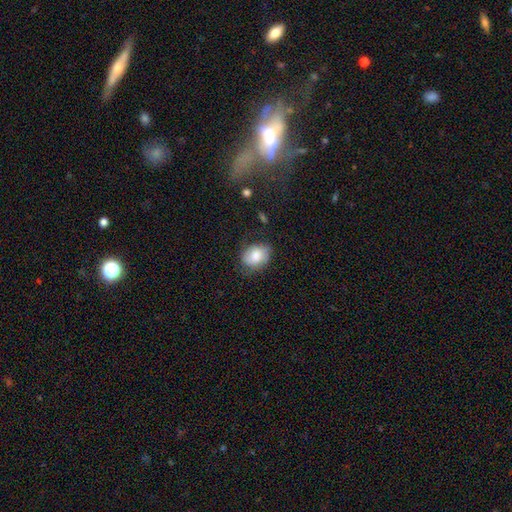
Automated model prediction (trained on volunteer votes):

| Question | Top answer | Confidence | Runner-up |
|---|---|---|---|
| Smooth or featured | smooth | 74% | featured or disk (18%) |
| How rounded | in between | 66% | round (33%) |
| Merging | none | 67% | minor disturbance (25%) |